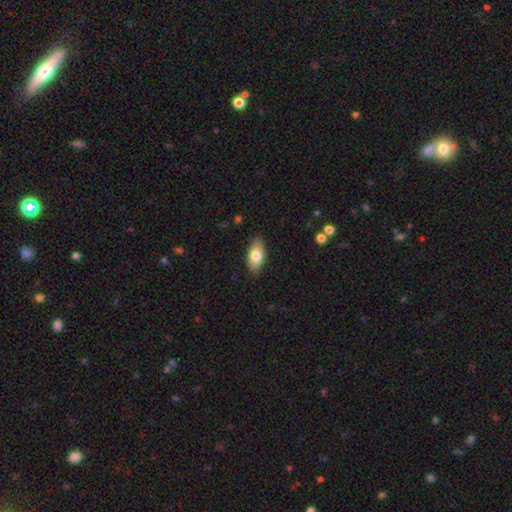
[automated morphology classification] smooth-or-featured: smooth: 78% | featured or disk: 15% | star or artifact: 6%
  how-rounded: in between: 90% | cigar-shaped: 7% | round: 3%
  merging: none: 87% | minor disturbance: 10% | major disturbance: 2% | merger: 1%